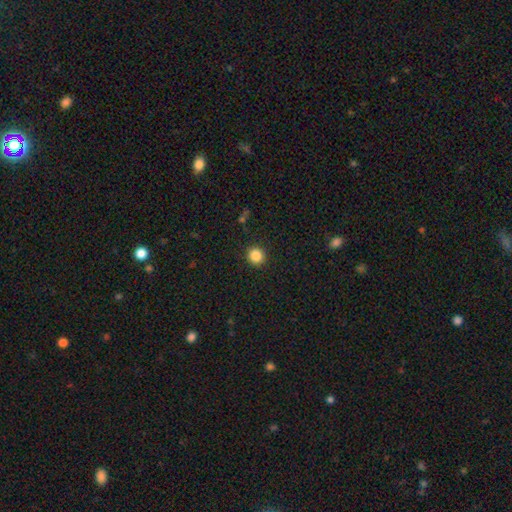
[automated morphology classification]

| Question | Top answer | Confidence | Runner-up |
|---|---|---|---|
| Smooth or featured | smooth | 86% | star or artifact (11%) |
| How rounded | round | 91% | in between (8%) |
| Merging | none | 92% | minor disturbance (5%) |